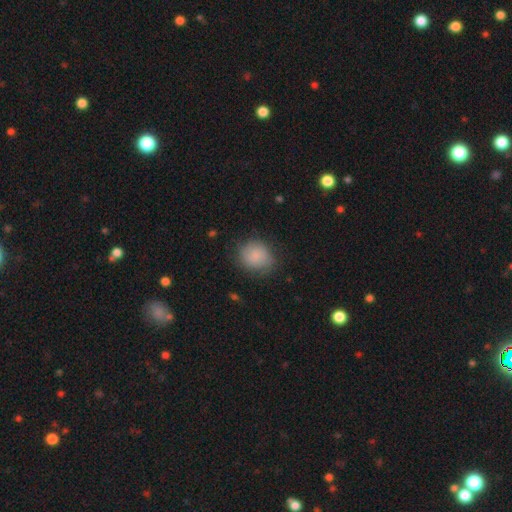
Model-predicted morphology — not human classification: Smooth or featured? smooth (82%)
How rounded? round (78%)
Merging? none (74%)